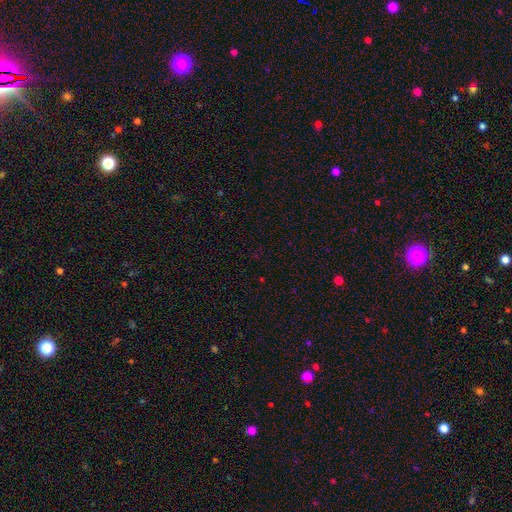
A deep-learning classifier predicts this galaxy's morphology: A star or artifact, not a galaxy (67%).